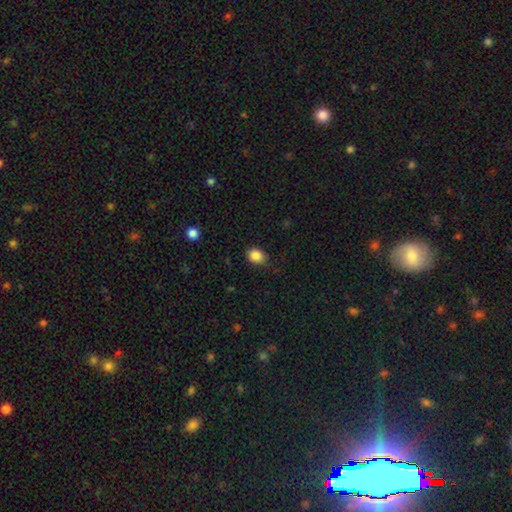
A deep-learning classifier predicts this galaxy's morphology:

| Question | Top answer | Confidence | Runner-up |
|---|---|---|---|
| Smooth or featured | smooth | 86% | star or artifact (10%) |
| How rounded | in between | 52% | round (47%) |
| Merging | none | 78% | minor disturbance (18%) |